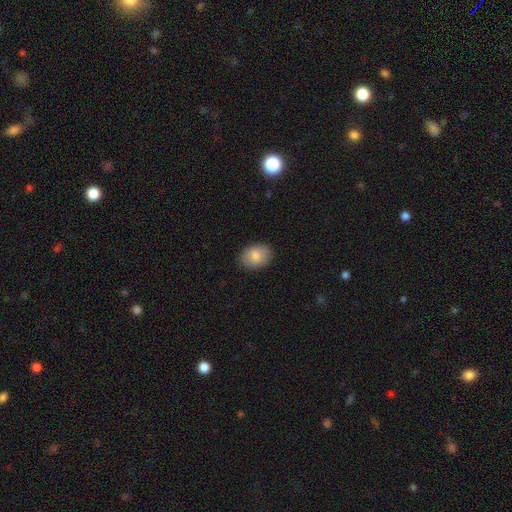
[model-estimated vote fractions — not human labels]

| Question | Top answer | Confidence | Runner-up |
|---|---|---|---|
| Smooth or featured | smooth | 84% | featured or disk (10%) |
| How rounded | in between | 74% | round (25%) |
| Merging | none | 87% | minor disturbance (9%) |